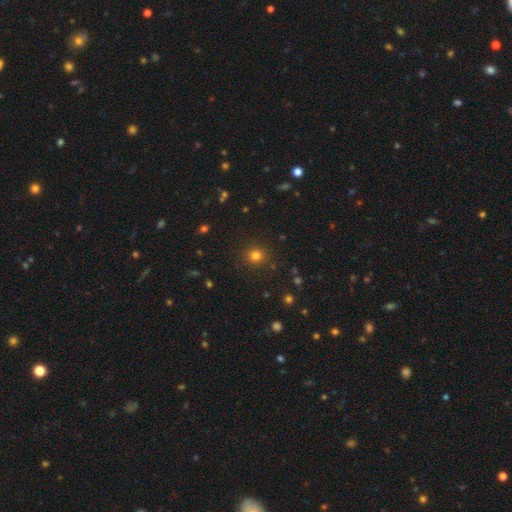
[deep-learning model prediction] A smooth galaxy with no disk features (79%) that is round (91%).

Vote fractions:
- Smooth or featured? smooth: 79% / star or artifact: 16% / featured or disk: 5%
- How rounded? round: 91% / in between: 8% / cigar-shaped: 1%
- Merging? none: 90% / minor disturbance: 6% / major disturbance: 3% / merger: 1%